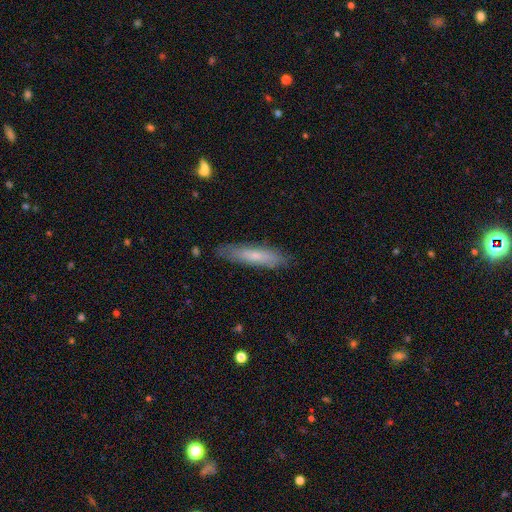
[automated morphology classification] Q: Smooth or featured?
A: smooth (62%); runner-up: featured or disk (32%)
Q: How rounded?
A: cigar-shaped (83%); runner-up: in between (15%)
Q: Merging?
A: none (83%); runner-up: minor disturbance (13%)